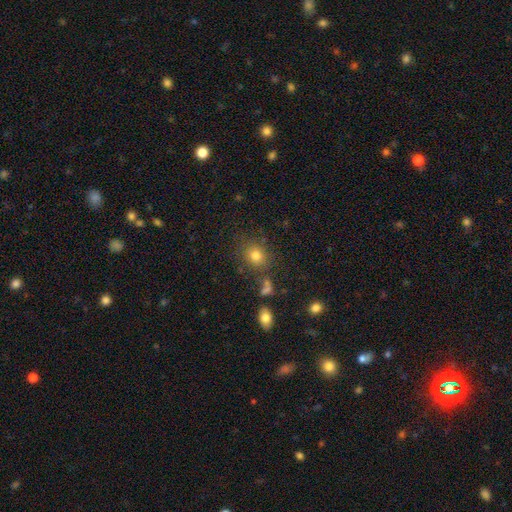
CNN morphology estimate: This appears to be a smooth galaxy with no disk features (78%) that is round (70%). Merging: none (76%).